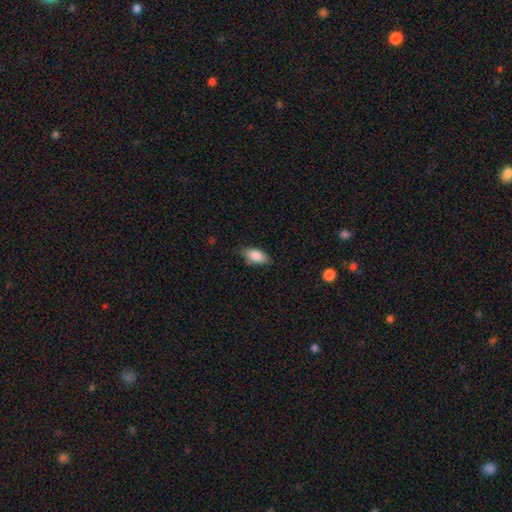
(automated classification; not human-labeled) smooth-or-featured: smooth: 86% | star or artifact: 7% | featured or disk: 7%
  how-rounded: in between: 89% | cigar-shaped: 7% | round: 4%
  merging: none: 78% | minor disturbance: 17% | major disturbance: 3% | merger: 1%